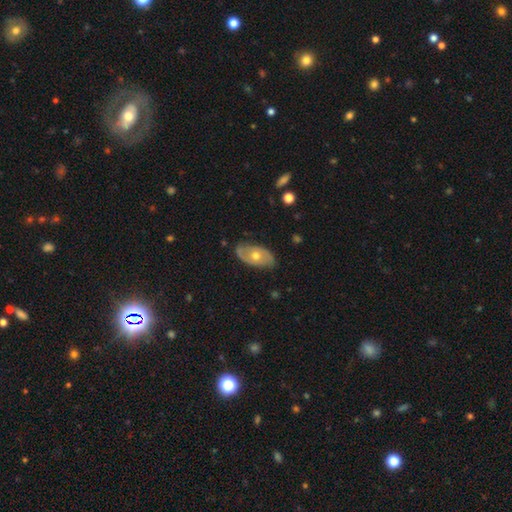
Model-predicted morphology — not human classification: type=featured or disk (57%); edge-on=no (88%); bar=no (85%); spiral arms=no (54%); bulge=moderate (76%); merging=none (77%).